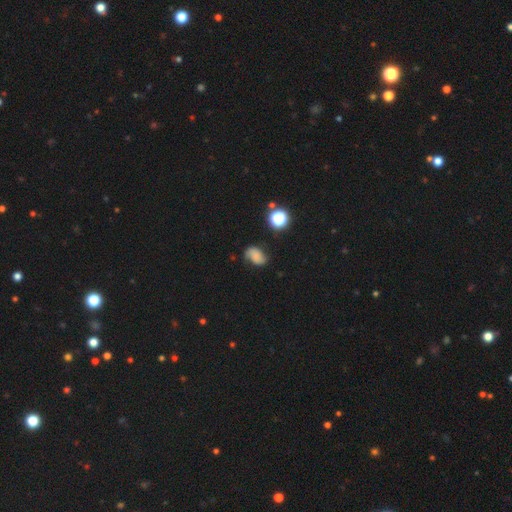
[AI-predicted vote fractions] smooth-or-featured: smooth: 55% | featured or disk: 29% | star or artifact: 16%
  how-rounded: in between: 80% | round: 18% | cigar-shaped: 2%
  merging: none: 57% | minor disturbance: 30% | major disturbance: 10% | merger: 3%